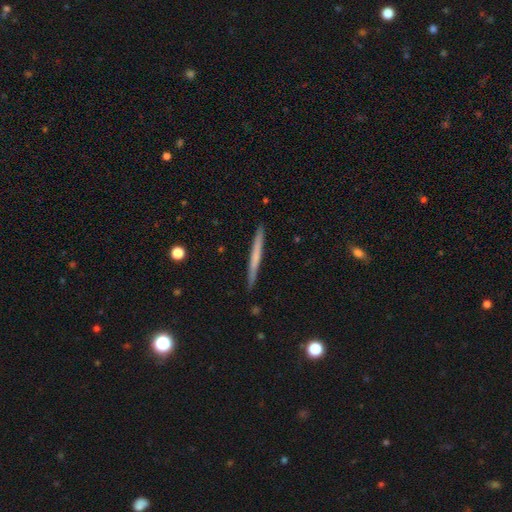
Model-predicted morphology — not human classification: Smooth or featured: smooth — 52% (featured or disk — 43%)
How rounded: cigar-shaped — 97% (in between — 2%)
Merging: none — 91% (minor disturbance — 6%)